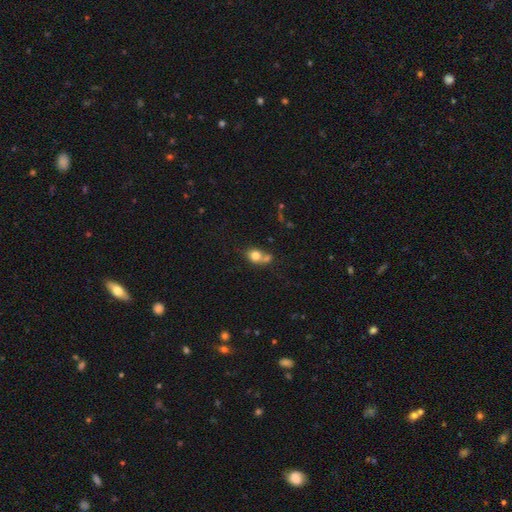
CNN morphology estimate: Overall: smooth (76%). How rounded: round (61%; in between 38%). Merging: merger (47%; none 37%).